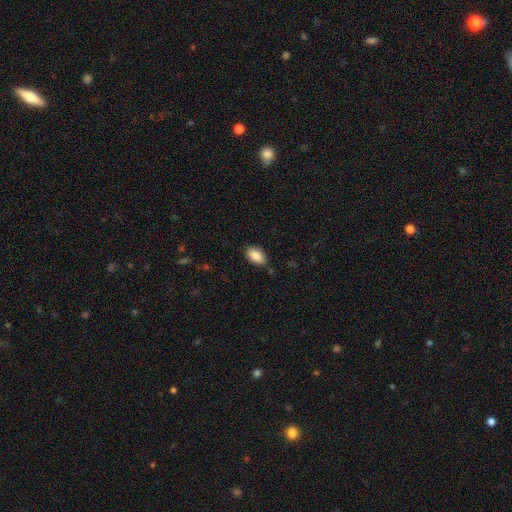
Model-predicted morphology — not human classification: This appears to be a smooth galaxy with no disk features (88%) that is in between round and cigar-shaped (92%). Merging: none (82%).